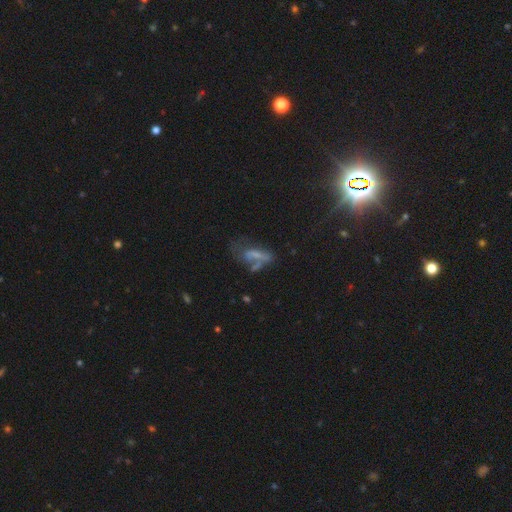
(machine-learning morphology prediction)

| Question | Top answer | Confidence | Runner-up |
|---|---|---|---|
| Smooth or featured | smooth | 44% | featured or disk (38%) |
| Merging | major disturbance | 32% | none (28%) |